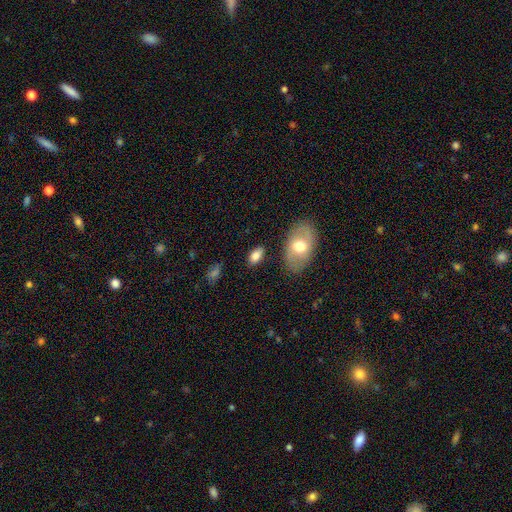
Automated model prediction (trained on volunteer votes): This appears to be a smooth galaxy with no disk features (79%) that is in between round and cigar-shaped (91%). Merging: none (83%).